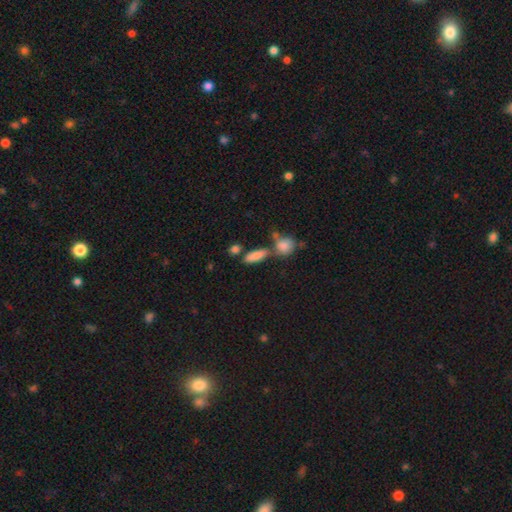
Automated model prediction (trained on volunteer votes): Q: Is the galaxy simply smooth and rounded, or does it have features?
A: smooth — 80%.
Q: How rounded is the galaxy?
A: in between — 55%.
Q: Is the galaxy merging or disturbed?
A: none — 58%.